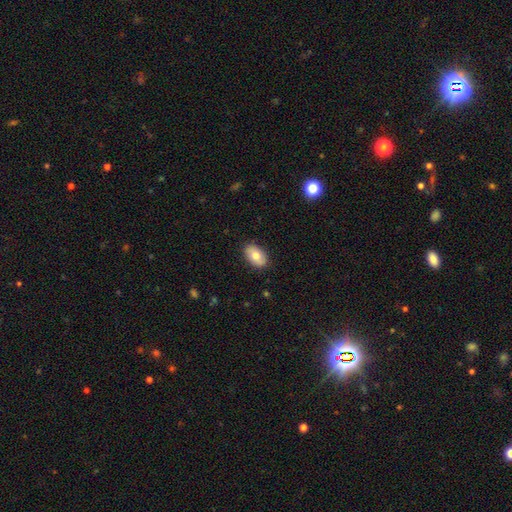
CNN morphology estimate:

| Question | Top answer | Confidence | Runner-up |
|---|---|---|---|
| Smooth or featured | smooth | 73% | featured or disk (20%) |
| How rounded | in between | 91% | round (8%) |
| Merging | none | 87% | minor disturbance (10%) |